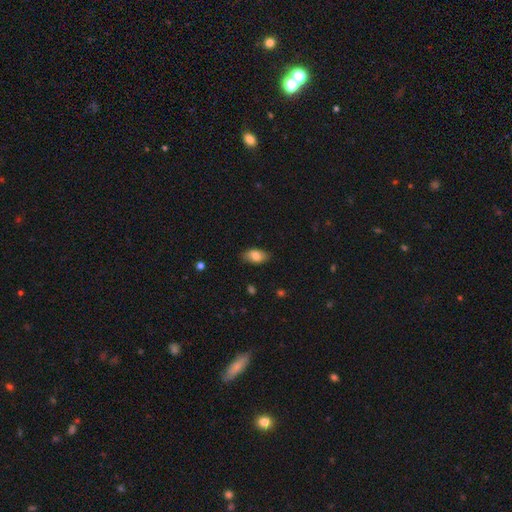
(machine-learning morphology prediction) Smooth or featured? Predicted: smooth (p=0.78). How rounded? Predicted: in between (p=0.93). Merging? Predicted: none (p=0.82).